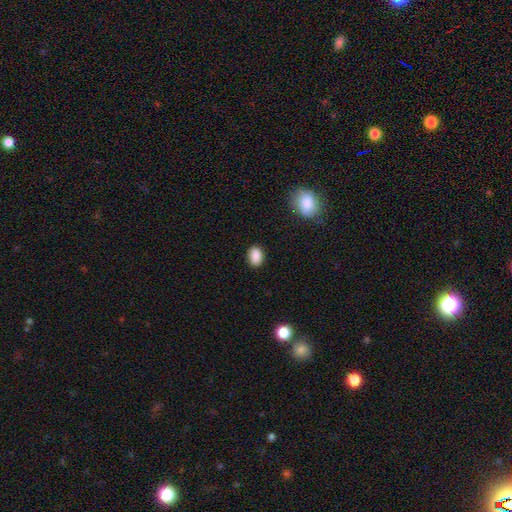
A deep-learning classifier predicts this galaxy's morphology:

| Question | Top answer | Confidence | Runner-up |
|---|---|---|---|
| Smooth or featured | smooth | 87% | star or artifact (9%) |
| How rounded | in between | 81% | round (17%) |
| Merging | none | 86% | minor disturbance (11%) |